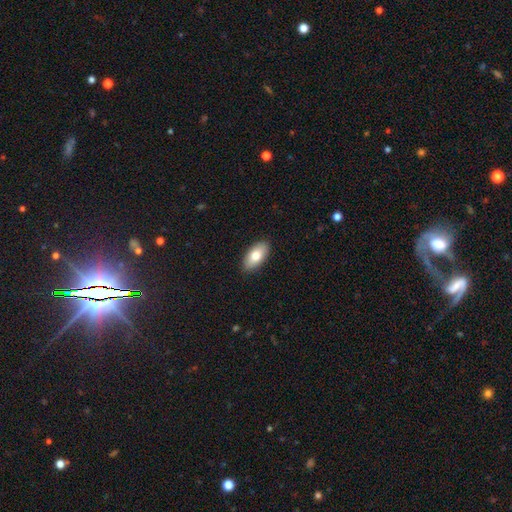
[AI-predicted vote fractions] Overall: smooth (76%). How rounded: in between (92%). Merging: none (89%).